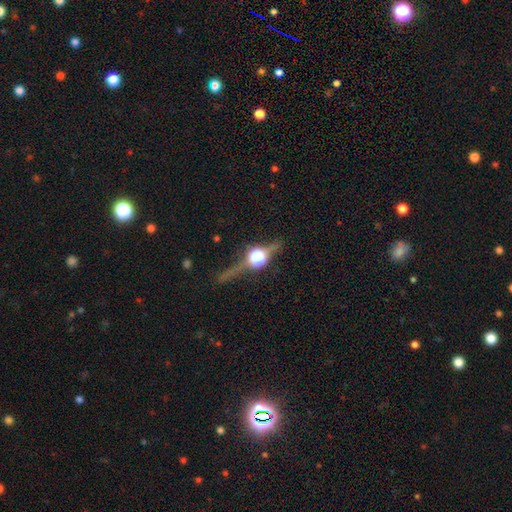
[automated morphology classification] A featured or disk galaxy (57%) viewed edge-on (86%). Merging: none (72%).